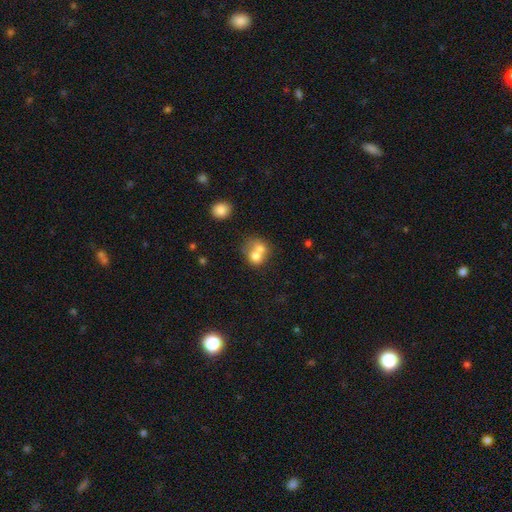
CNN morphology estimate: Overall: smooth (68%). How rounded: round (68%; in between 31%). Merging: merger (67%).